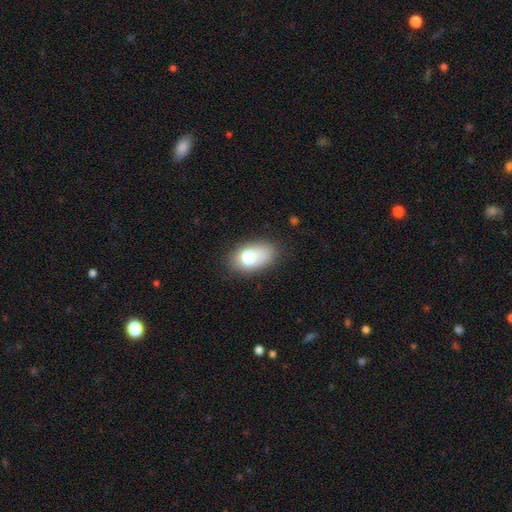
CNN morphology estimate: This appears to be a smooth galaxy with no disk features (70%) that is in between round and cigar-shaped (81%). Merging: none (62%).